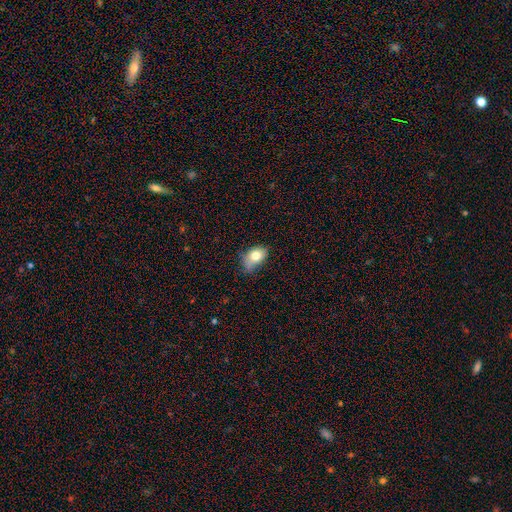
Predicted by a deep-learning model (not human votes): smooth-or-featured: smooth: 77% | featured or disk: 14% | star or artifact: 9%
  how-rounded: in between: 80% | round: 18% | cigar-shaped: 2%
  merging: minor disturbance: 42% | none: 41% | major disturbance: 13% | merger: 3%